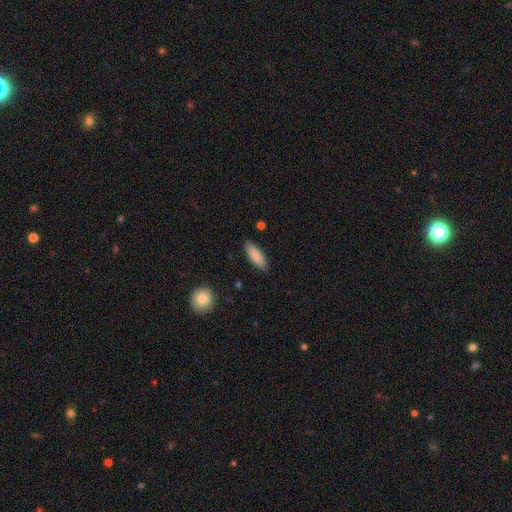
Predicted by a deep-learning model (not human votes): Smooth or featured?
  - smooth: 84% *
  - featured or disk: 10%
  - star or artifact: 6%
How rounded?
  - in between: 62% *
  - cigar-shaped: 36%
  - round: 2%
Merging?
  - none: 87% *
  - minor disturbance: 10%
  - major disturbance: 2%
  - merger: 1%